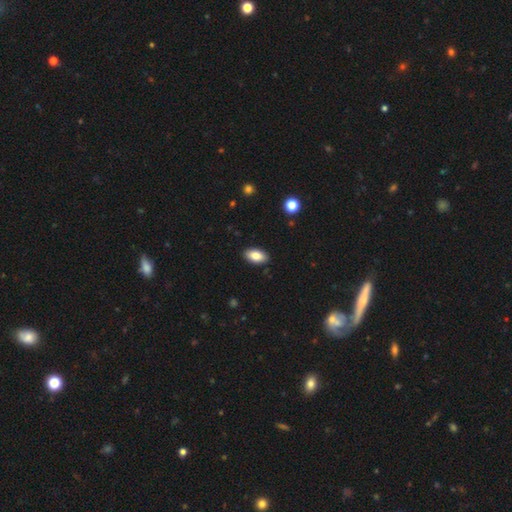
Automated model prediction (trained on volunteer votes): Smooth or featured?
  - smooth: 85% *
  - featured or disk: 8%
  - star or artifact: 7%
How rounded?
  - in between: 93% *
  - cigar-shaped: 4%
  - round: 3%
Merging?
  - none: 89% *
  - minor disturbance: 8%
  - major disturbance: 2%
  - merger: 1%